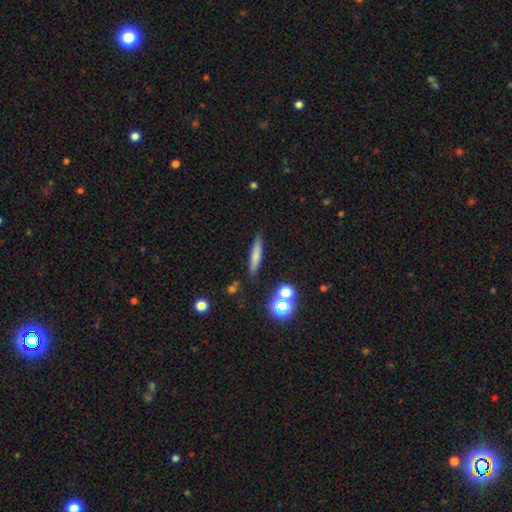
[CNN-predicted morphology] A smooth galaxy with no disk features (70%) that is cigar-shaped (87%). Merging: none (84%).